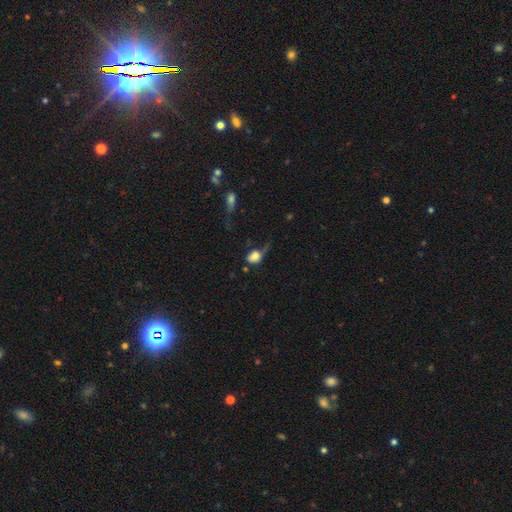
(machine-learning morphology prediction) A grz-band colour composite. It shows a smooth galaxy with no disk features (73%) that is in between round and cigar-shaped (62%). Merging: major disturbance (43%).